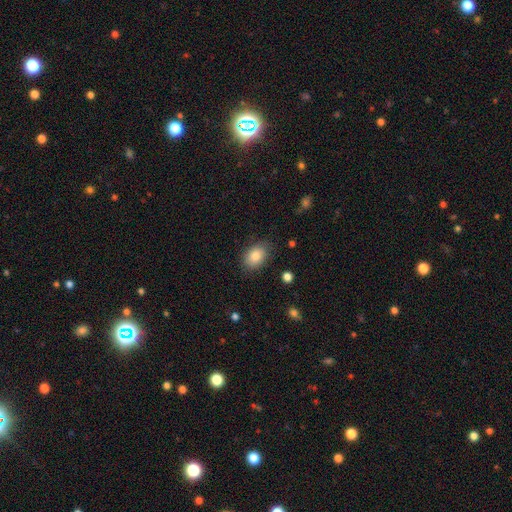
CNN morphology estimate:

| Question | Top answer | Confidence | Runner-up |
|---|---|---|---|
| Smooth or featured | smooth | 84% | featured or disk (8%) |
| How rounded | in between | 81% | round (18%) |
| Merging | none | 81% | minor disturbance (14%) |